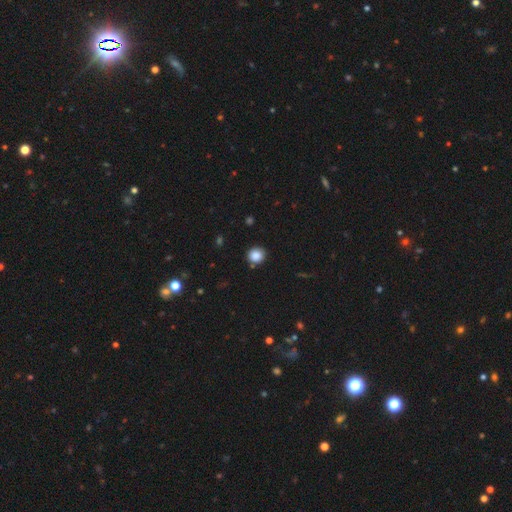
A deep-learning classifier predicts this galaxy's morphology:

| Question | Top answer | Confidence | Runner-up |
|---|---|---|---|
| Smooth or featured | smooth | 86% | star or artifact (11%) |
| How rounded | round | 89% | in between (10%) |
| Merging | none | 86% | minor disturbance (9%) |